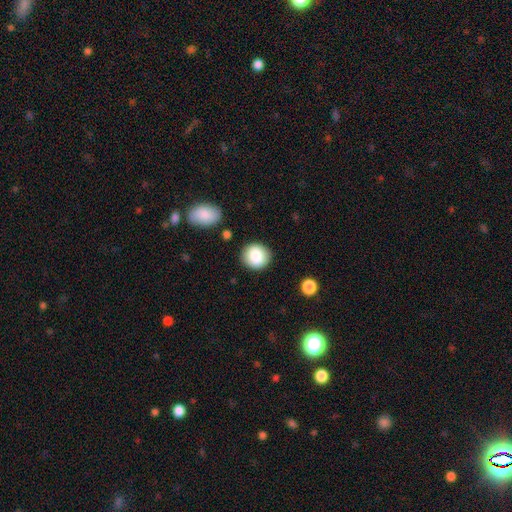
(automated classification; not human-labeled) smooth-or-featured: smooth: 86% | star or artifact: 8% | featured or disk: 6%
  how-rounded: round: 86% | in between: 13% | cigar-shaped: 1%
  merging: none: 88% | minor disturbance: 8% | major disturbance: 2% | merger: 2%